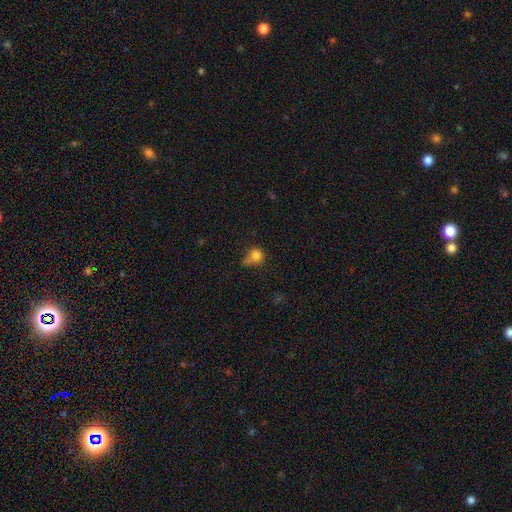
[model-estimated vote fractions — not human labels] Smooth or featured? smooth (78%)
How rounded? round (72%)
Merging? none (35%)